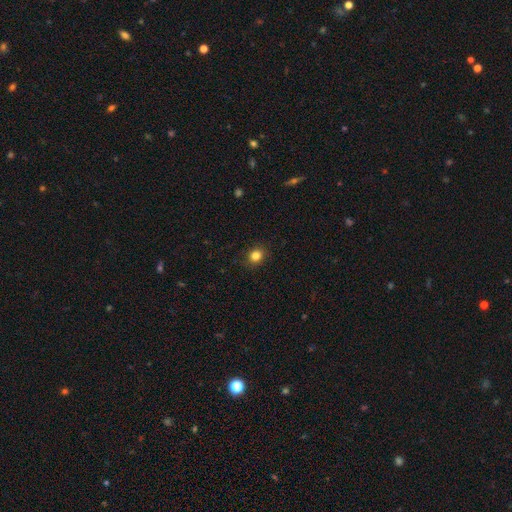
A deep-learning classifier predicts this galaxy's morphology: smooth 84%, star or artifact 12%, featured or disk 5%. Down the decision tree: how rounded — round (74%); merging — none (89%).